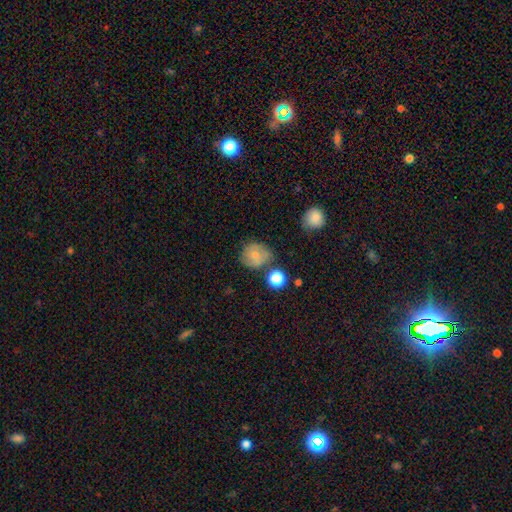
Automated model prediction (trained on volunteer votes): A smooth galaxy with no disk features (71%) that is round (80%).

Vote fractions:
- Smooth or featured? smooth: 71% / featured or disk: 19% / star or artifact: 10%
- How rounded? round: 80% / in between: 19% / cigar-shaped: 1%
- Merging? none: 65% / minor disturbance: 20% / merger: 9% / major disturbance: 6%